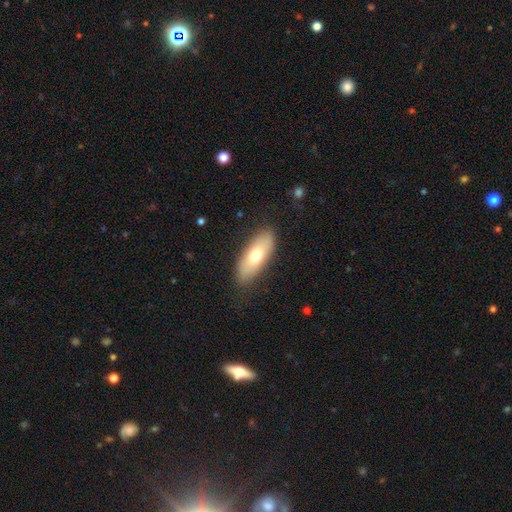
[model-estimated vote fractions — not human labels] Q: Smooth or featured?
A: smooth (69%); runner-up: featured or disk (25%)
Q: How rounded?
A: in between (72%); runner-up: cigar-shaped (25%)
Q: Merging?
A: none (84%); runner-up: minor disturbance (12%)